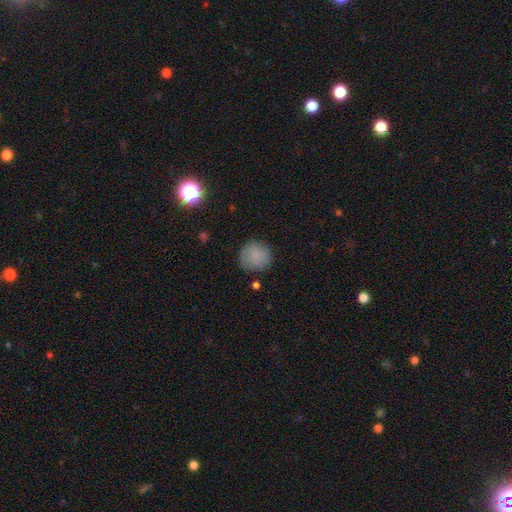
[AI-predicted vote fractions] This is clearly a smooth galaxy (85%). How rounded: clearly round (91%). Merging: likely none (80%).